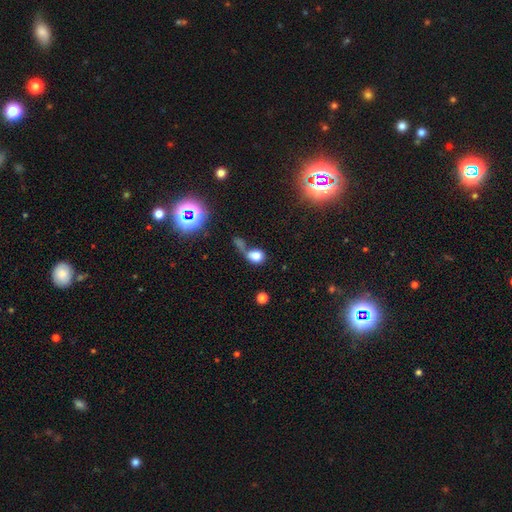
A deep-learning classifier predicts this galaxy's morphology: smooth 74%, star or artifact 14%, featured or disk 11%. Down the decision tree: how rounded — round (55%); merging — merger (35%).